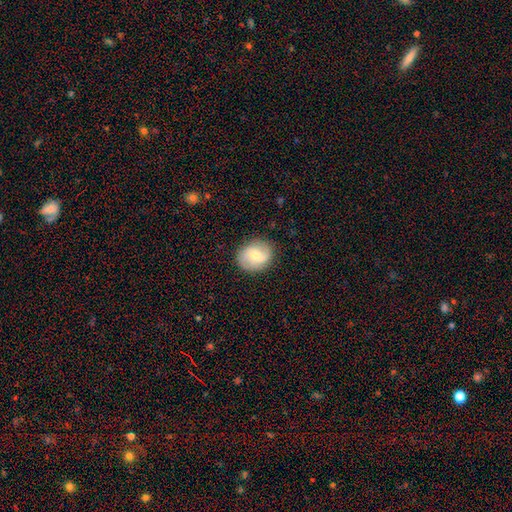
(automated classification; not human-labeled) featured or disk 57%, smooth 36%, star or artifact 7%. Down the decision tree: edge-on disk — no (98%); bar — weak (50%); spiral arms — yes (91%); spiral arm count — 2 (79%); spiral winding — medium (45%); bulge size — small (48%); merging — none (83%).